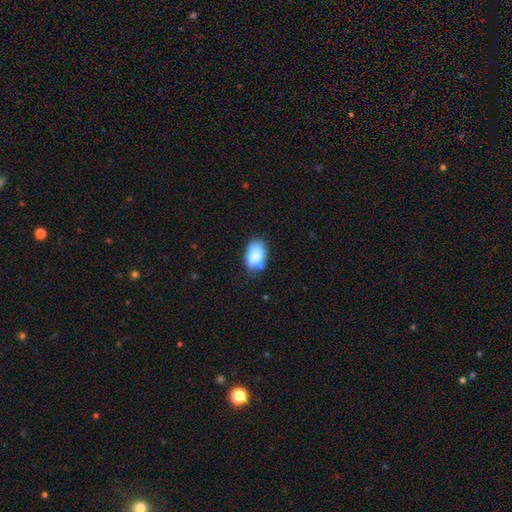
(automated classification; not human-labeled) A smooth galaxy with no disk features (79%) that is in between round and cigar-shaped (91%).

Vote fractions:
- Smooth or featured? smooth: 79% / featured or disk: 12% / star or artifact: 8%
- How rounded? in between: 91% / round: 6% / cigar-shaped: 3%
- Merging? none: 58% / minor disturbance: 26% / merger: 9% / major disturbance: 7%